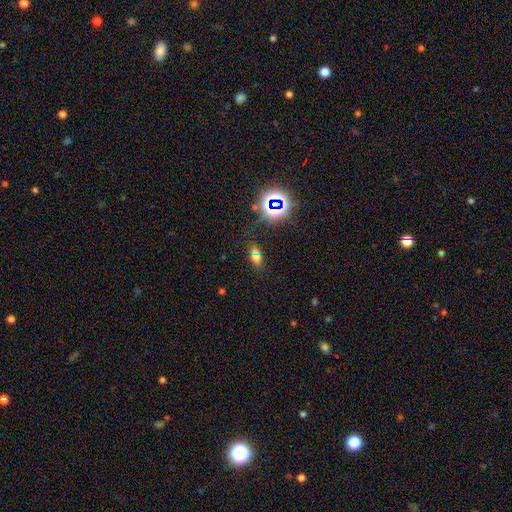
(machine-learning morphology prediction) Overall: smooth (49%; star or artifact 40%). Merging: none (68%).